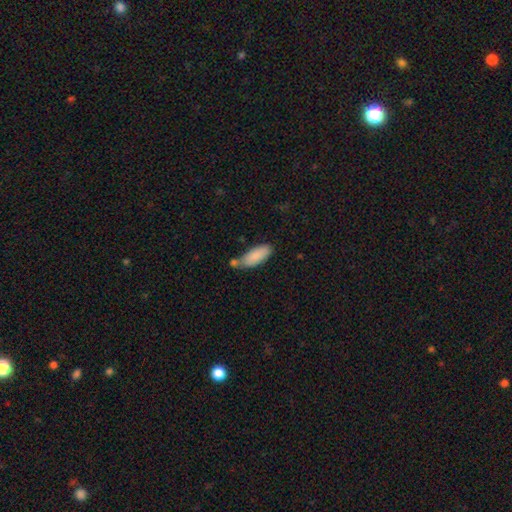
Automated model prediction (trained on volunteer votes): Overall: smooth (87%). How rounded: in between (78%). Merging: none (52%; minor disturbance 23%).